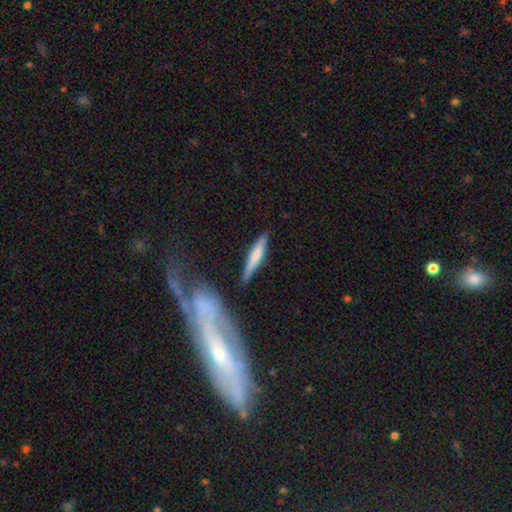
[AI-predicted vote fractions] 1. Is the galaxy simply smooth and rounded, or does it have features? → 62% smooth, 32% featured or disk, 6% star or artifact.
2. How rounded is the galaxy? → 90% cigar-shaped, 9% in between, 2% round.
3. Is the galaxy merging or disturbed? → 79% none, 13% minor disturbance, 4% merger, 3% major disturbance.